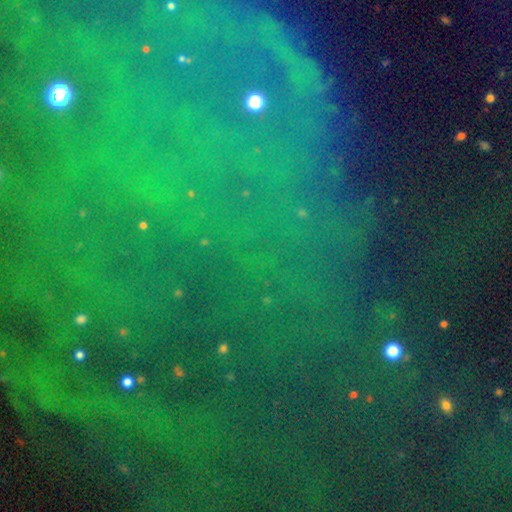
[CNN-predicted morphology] This appears to be a star or artifact, not a galaxy (79%).